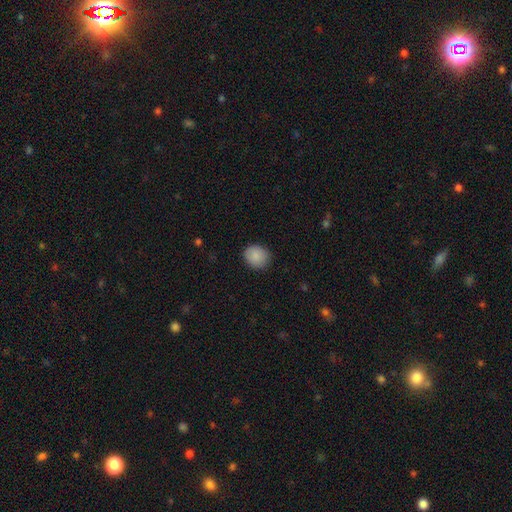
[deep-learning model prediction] A smooth galaxy with no disk features (89%) that is round (73%). Merging: none (87%).